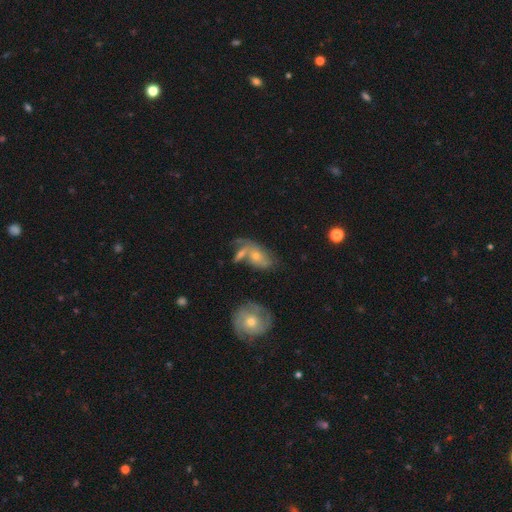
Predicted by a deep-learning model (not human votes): This is possibly a featured or disk galaxy (56%). It is clearly not viewed edge-on (91%). Bar: likely no (74%). Spiral arm pattern: likely yes (73%). Central bulge: possibly moderate (48%). Merging: marginally merger (38%).